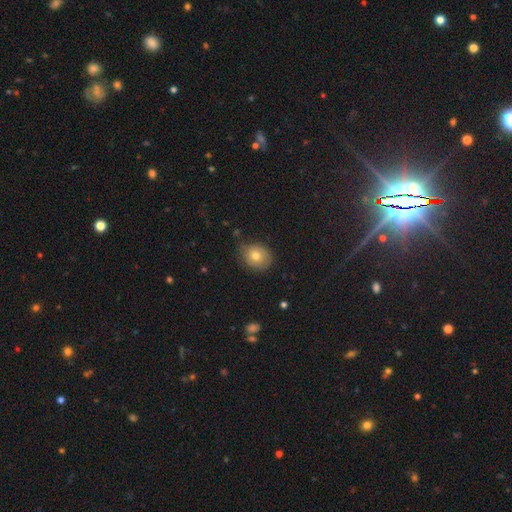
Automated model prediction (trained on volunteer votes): This is likely a smooth galaxy (75%). How rounded: likely round (72%). Merging: likely none (72%).